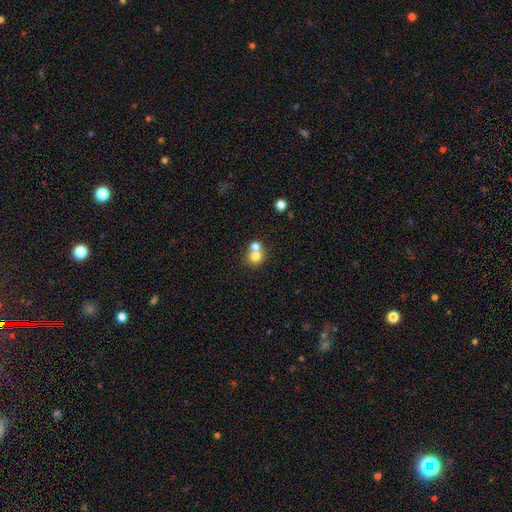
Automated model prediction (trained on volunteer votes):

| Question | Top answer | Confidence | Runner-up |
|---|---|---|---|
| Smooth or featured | smooth | 74% | featured or disk (14%) |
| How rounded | round | 82% | in between (17%) |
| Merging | merger | 54% | none (38%) |